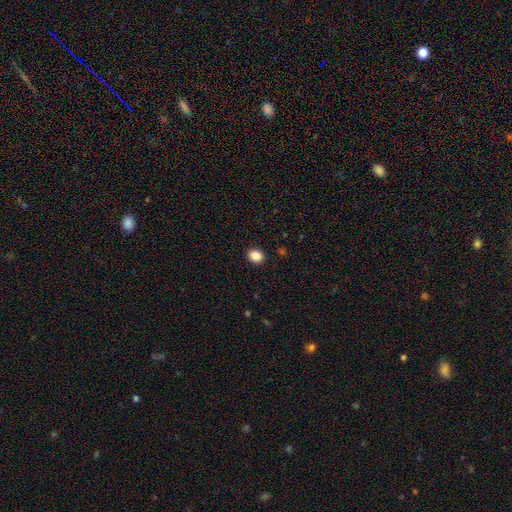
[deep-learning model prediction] Smooth or featured? Predicted: smooth (p=0.87). How rounded? Predicted: in between (p=0.51). Merging? Predicted: none (p=0.91).